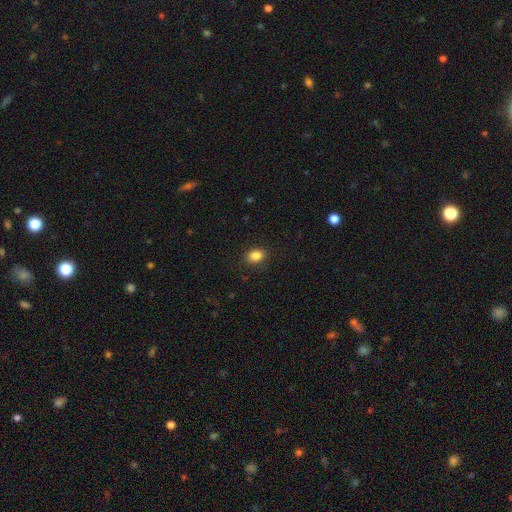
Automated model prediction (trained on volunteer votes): This is clearly a smooth galaxy (86%). How rounded: likely in between (70%). Merging: clearly none (87%).